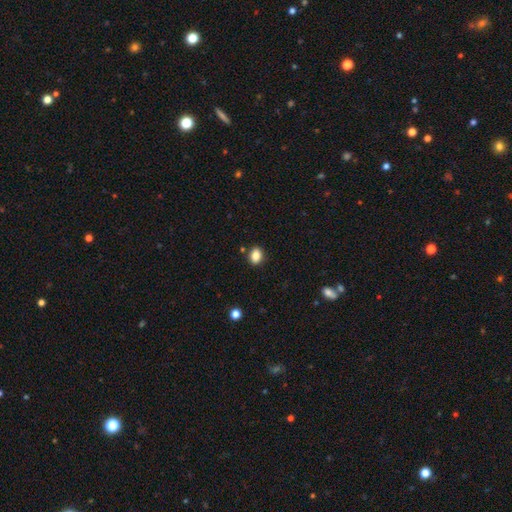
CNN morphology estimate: smooth_or_featured: smooth (p=0.85) [alt: star or artifact p=0.10]
how_rounded: in between (p=0.59) [alt: round p=0.39]
merging: none (p=0.87) [alt: minor disturbance p=0.09]